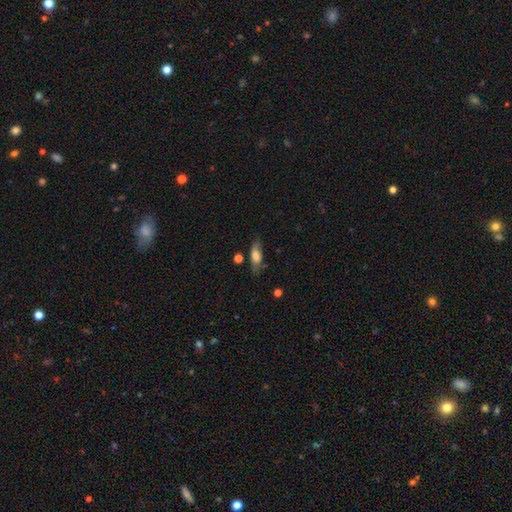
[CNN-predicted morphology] smooth-or-featured: smooth: 65% | featured or disk: 27% | star or artifact: 8%
  how-rounded: in between: 66% | cigar-shaped: 30% | round: 4%
  merging: none: 68% | minor disturbance: 21% | major disturbance: 7% | merger: 4%